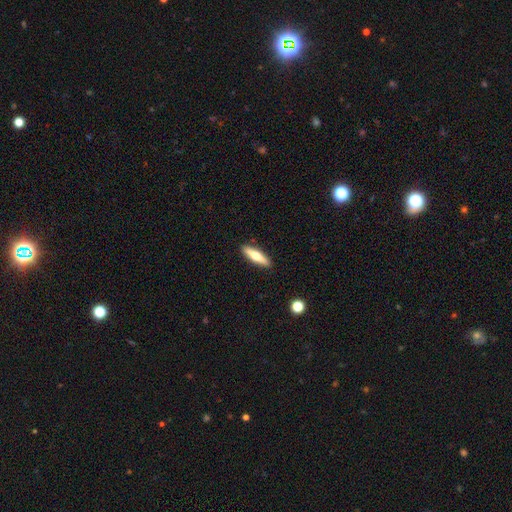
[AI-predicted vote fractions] smooth-or-featured: smooth: 54% | featured or disk: 41% | star or artifact: 6%
  how-rounded: cigar-shaped: 70% | in between: 28% | round: 2%
  merging: none: 90% | minor disturbance: 7% | major disturbance: 2% | merger: 1%